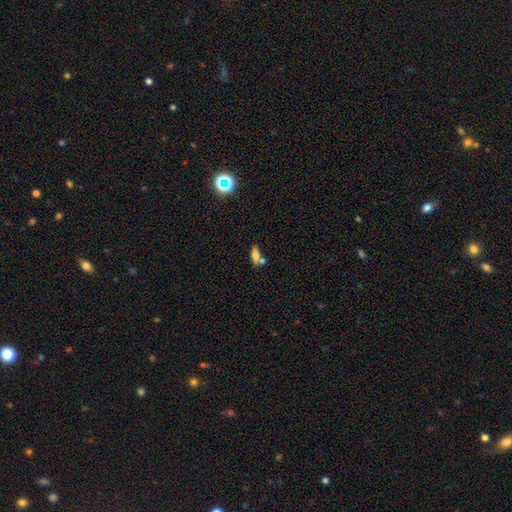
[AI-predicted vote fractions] This appears to be a smooth galaxy with no disk features (71%) that is in between round and cigar-shaped (74%). Merging: none (45%).